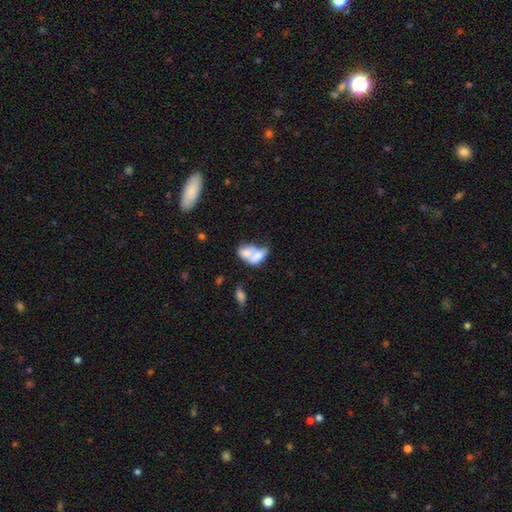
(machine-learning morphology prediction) Smooth or featured: smooth — 59% (featured or disk — 32%)
How rounded: in between — 83% (round — 14%)
Merging: merger — 68% (none — 14%)